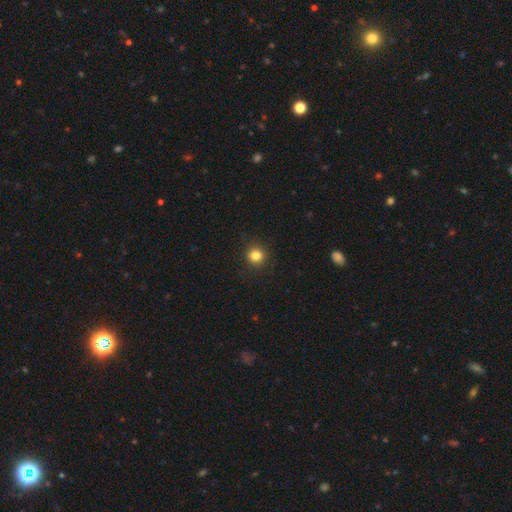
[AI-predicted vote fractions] smooth_or_featured: smooth (p=0.83) [alt: star or artifact p=0.13]
how_rounded: round (p=0.92) [alt: in between p=0.07]
merging: none (p=0.90) [alt: minor disturbance p=0.07]